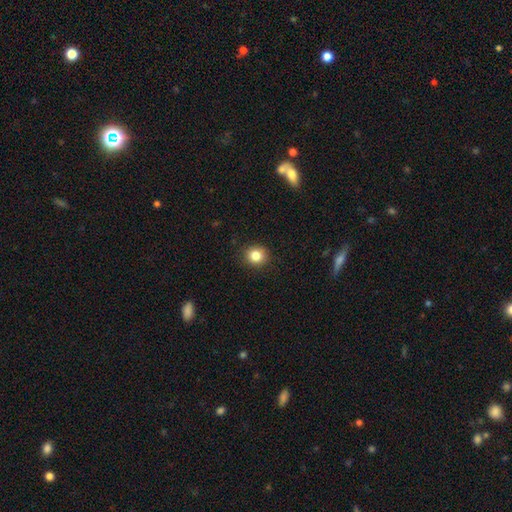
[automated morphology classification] Smooth or featured: smooth — 84% (star or artifact — 11%)
How rounded: round — 85% (in between — 14%)
Merging: none — 90% (minor disturbance — 7%)